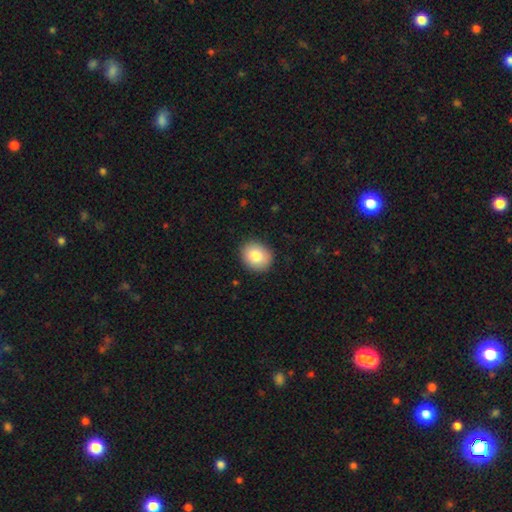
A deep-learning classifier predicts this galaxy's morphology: A smooth galaxy with no disk features (84%) that is round (64%). Merging: none (89%).